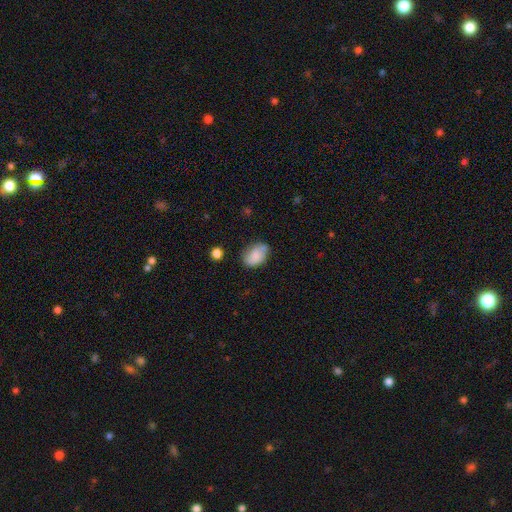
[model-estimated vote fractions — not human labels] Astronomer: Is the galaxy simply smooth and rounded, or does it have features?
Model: smooth — 78%.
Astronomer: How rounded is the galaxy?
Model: in between — 84%.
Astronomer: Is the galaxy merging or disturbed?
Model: none — 65%.